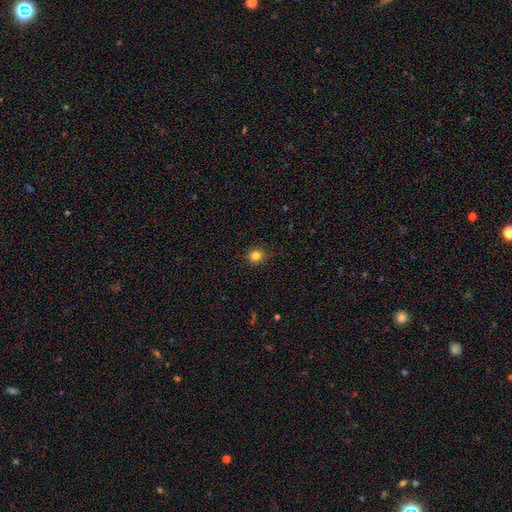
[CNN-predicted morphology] This appears to be a smooth galaxy with no disk features (83%) that is round (81%). Merging: none (88%).